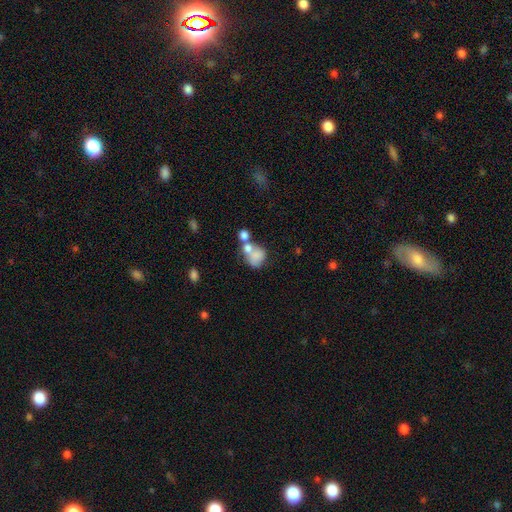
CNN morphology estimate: Q: Smooth or featured?
A: smooth (67%); runner-up: featured or disk (23%)
Q: How rounded?
A: round (52%); runner-up: in between (47%)
Q: Merging?
A: merger (52%); runner-up: none (24%)